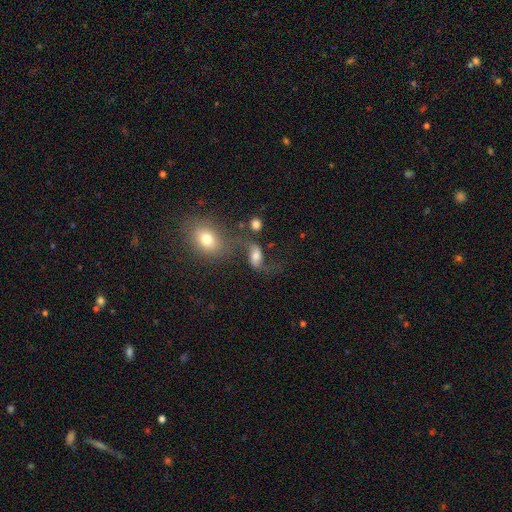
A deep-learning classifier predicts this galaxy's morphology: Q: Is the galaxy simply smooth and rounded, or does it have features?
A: featured or disk — 58%.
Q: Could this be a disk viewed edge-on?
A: no — 94%.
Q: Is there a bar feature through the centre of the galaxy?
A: no — 42%.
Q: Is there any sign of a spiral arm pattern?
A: yes — 88%.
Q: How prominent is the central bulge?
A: moderate — 48%.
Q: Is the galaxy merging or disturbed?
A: none — 45%.